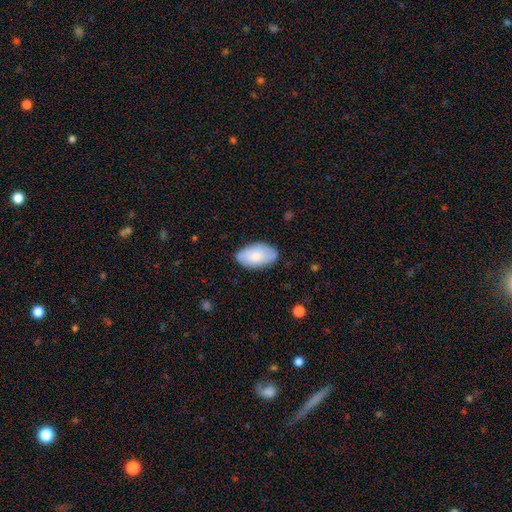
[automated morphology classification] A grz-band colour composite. It shows a smooth galaxy with no disk features (78%) that is in between round and cigar-shaped (95%). Merging: none (83%).